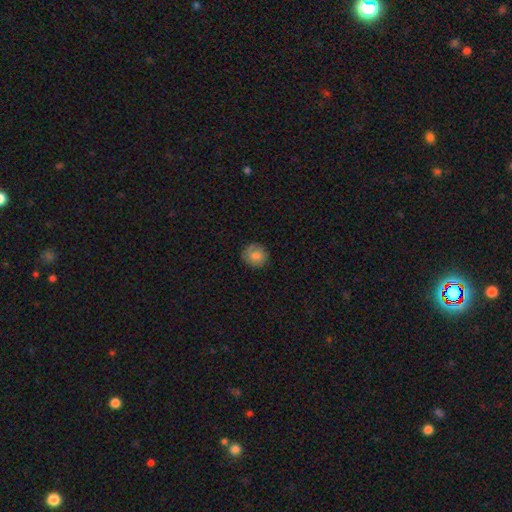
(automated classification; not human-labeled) This appears to be a smooth galaxy with no disk features (79%) that is round (85%). Merging: none (82%).